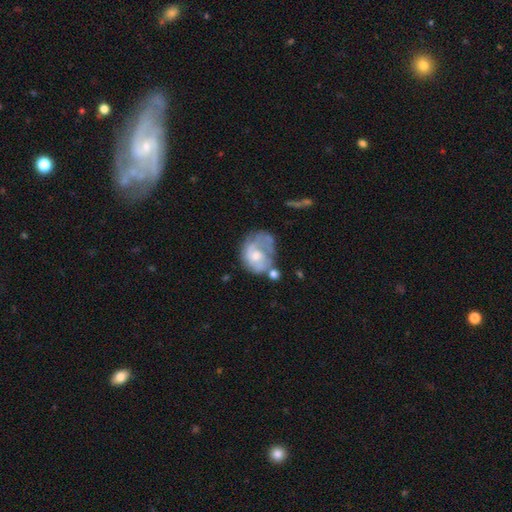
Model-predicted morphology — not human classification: Overall: featured or disk (63%; smooth 30%). Edge-on disk: no (97%). Bar: no (72%). Spiral arms: yes (67%; no 33%). Bulge size: moderate (51%; small 35%). Merging: none (34%; major disturbance 26%).